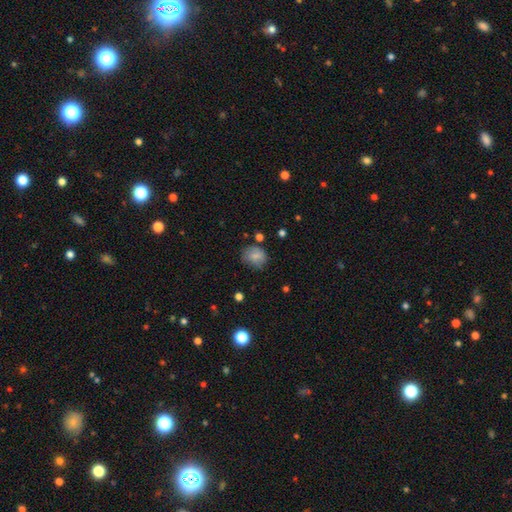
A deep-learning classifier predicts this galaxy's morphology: Smooth or featured? smooth (78%)
How rounded? round (60%)
Merging? none (64%)